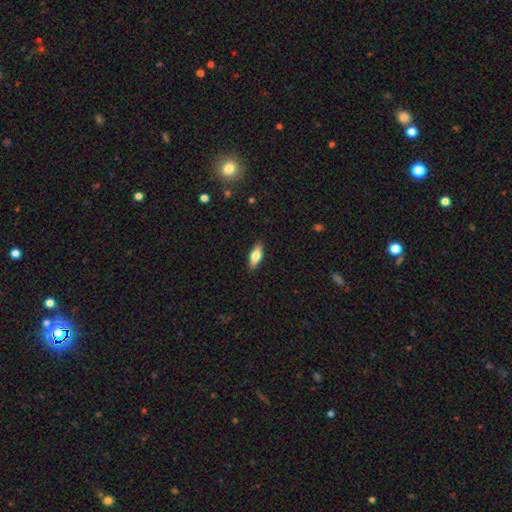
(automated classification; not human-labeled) Q: Smooth or featured?
A: smooth (69%); runner-up: featured or disk (25%)
Q: How rounded?
A: in between (67%); runner-up: cigar-shaped (30%)
Q: Merging?
A: none (88%); runner-up: minor disturbance (9%)